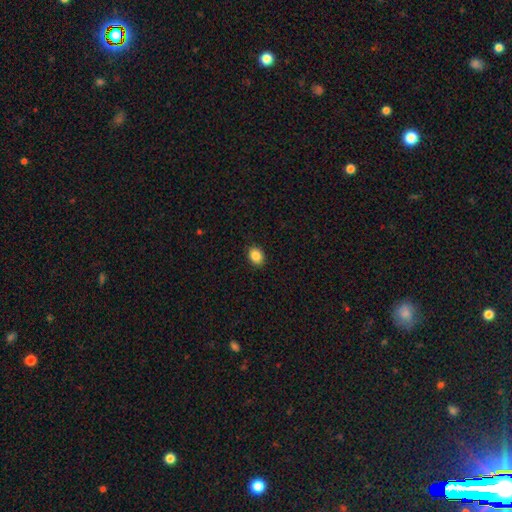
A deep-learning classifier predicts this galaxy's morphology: Q: Smooth or featured?
A: smooth (86%); runner-up: star or artifact (9%)
Q: How rounded?
A: in between (58%); runner-up: round (41%)
Q: Merging?
A: none (88%); runner-up: minor disturbance (9%)